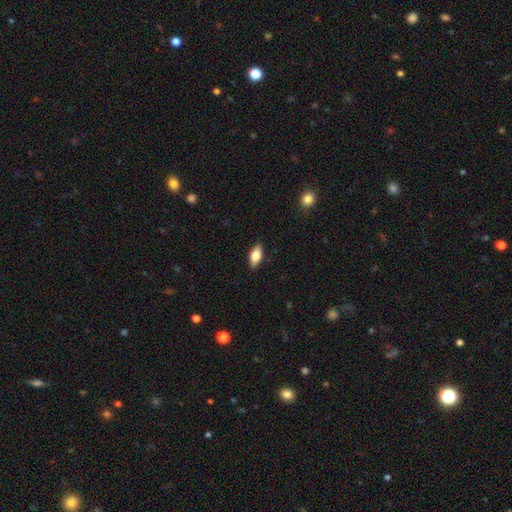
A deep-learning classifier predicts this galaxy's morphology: smooth 73%, featured or disk 20%, star or artifact 7%. Down the decision tree: how rounded — in between (87%); merging — none (88%).